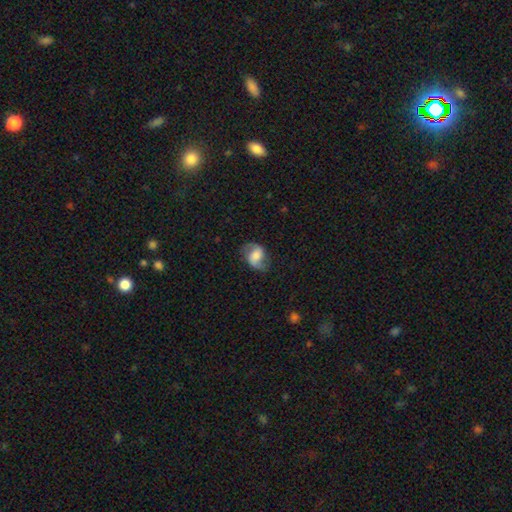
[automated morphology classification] The model was most divided on "bar": no: 46%, weak: 40%, strong: 14%. Remaining: edge-on disk — no (97%); spiral arms — yes (88%); merging — none (69%); smooth or featured — featured or disk (56%); bulge size — moderate (35%).